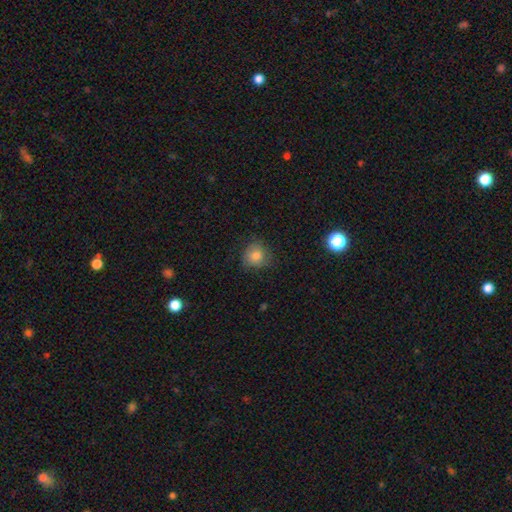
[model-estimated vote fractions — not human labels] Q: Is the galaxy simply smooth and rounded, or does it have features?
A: smooth — 76%.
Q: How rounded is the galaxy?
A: round — 84%.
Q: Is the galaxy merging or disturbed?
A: none — 72%.